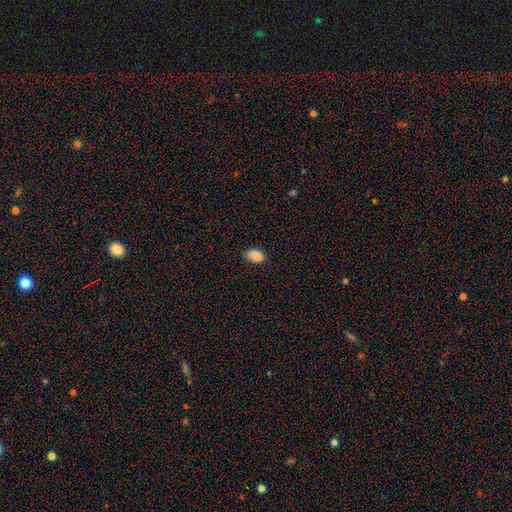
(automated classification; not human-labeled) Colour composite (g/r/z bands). It shows a smooth galaxy with no disk features (87%) that is in between round and cigar-shaped (89%). Merging: none (75%).